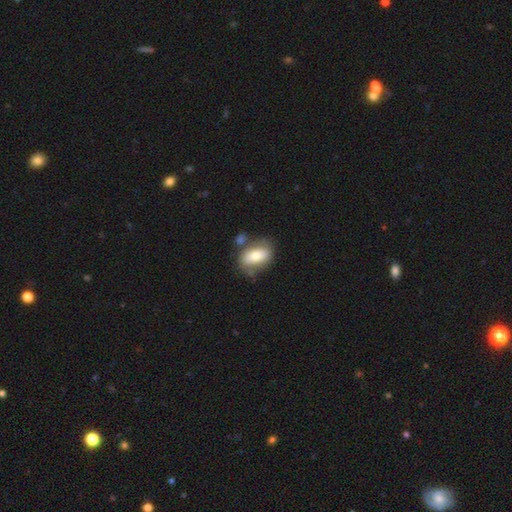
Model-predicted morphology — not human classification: This is likely a smooth galaxy (69%). How rounded: clearly in between (89%). Merging: likely none (60%).